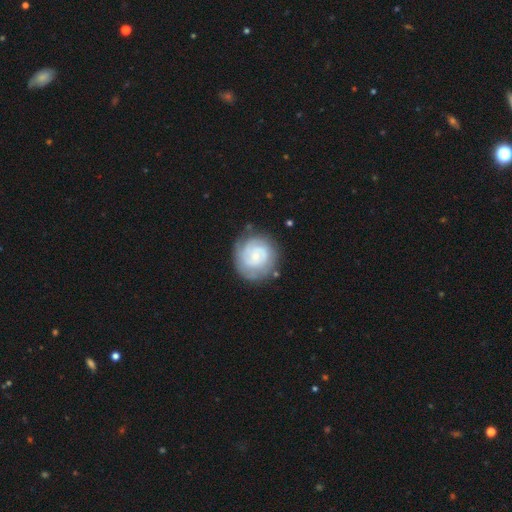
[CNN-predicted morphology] A featured or disk galaxy (70%) with no bar (68%), can't tell (33%, tied with 2) tight (69%) spiral arms (91%) and a small central bulge (66%). Merging: none (76%).